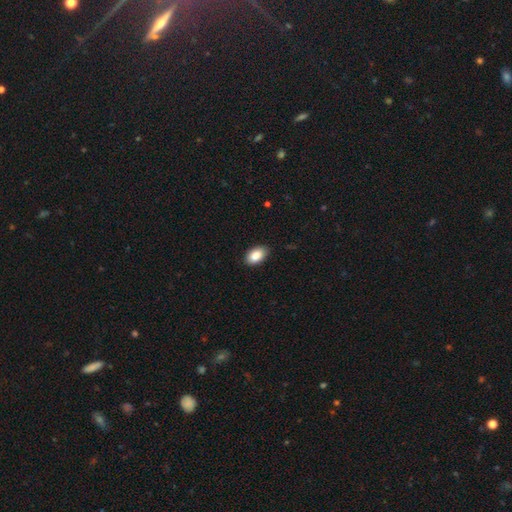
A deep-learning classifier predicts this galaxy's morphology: smooth 87%, star or artifact 7%, featured or disk 5%. Down the decision tree: how rounded — in between (92%); merging — none (85%).